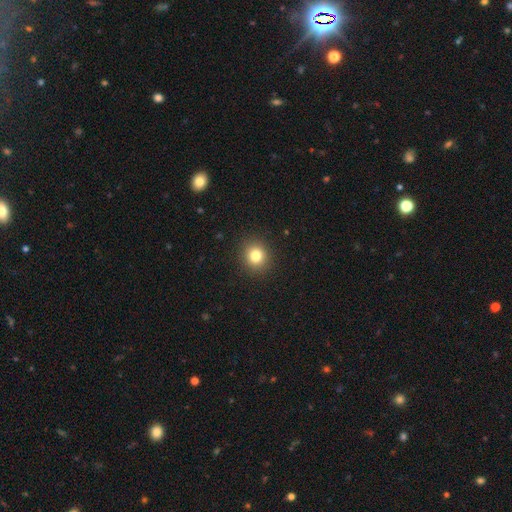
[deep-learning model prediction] smooth-or-featured: smooth: 80% | star or artifact: 13% | featured or disk: 7%
  how-rounded: round: 85% | in between: 14% | cigar-shaped: 1%
  merging: none: 91% | minor disturbance: 6% | major disturbance: 2% | merger: 1%